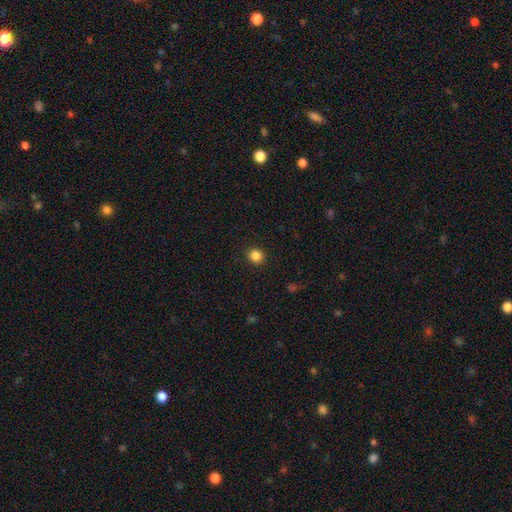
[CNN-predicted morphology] smooth-or-featured: smooth: 85% | star or artifact: 11% | featured or disk: 4%
  how-rounded: round: 84% | in between: 15% | cigar-shaped: 1%
  merging: none: 92% | minor disturbance: 5% | major disturbance: 2% | merger: 1%